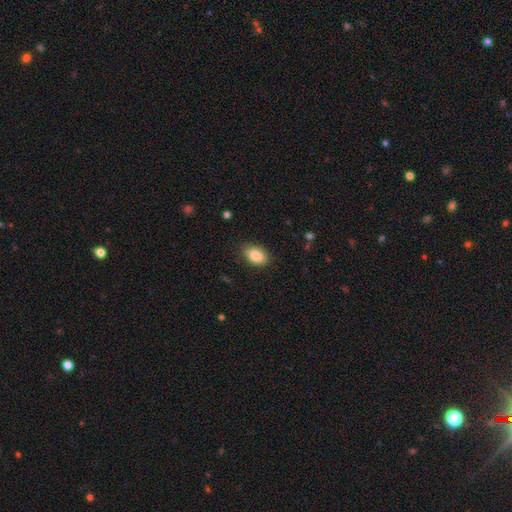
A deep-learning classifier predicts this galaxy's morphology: smooth-or-featured: smooth: 88% | star or artifact: 7% | featured or disk: 5%
  how-rounded: in between: 88% | round: 11% | cigar-shaped: 1%
  merging: none: 83% | minor disturbance: 13% | major disturbance: 3% | merger: 1%